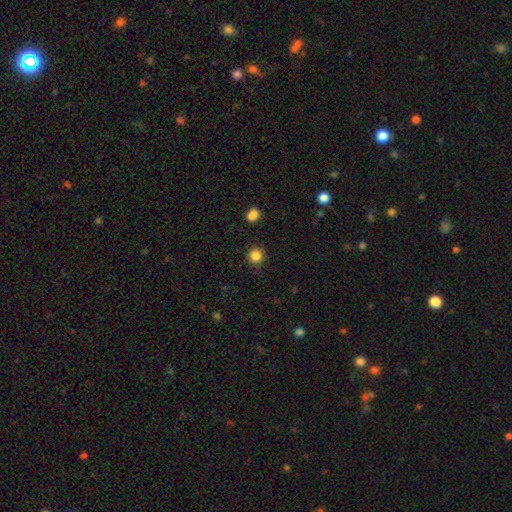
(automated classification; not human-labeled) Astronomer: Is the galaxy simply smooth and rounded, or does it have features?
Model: smooth — 85%.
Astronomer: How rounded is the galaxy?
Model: round — 93%.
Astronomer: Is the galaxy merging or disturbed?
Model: none — 85%.